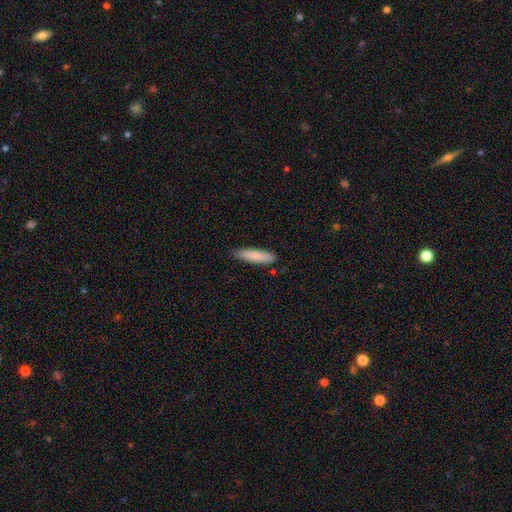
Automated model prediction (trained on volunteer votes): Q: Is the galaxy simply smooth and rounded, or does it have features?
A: smooth — 84%.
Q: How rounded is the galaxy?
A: cigar-shaped — 74%.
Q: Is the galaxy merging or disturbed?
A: none — 86%.